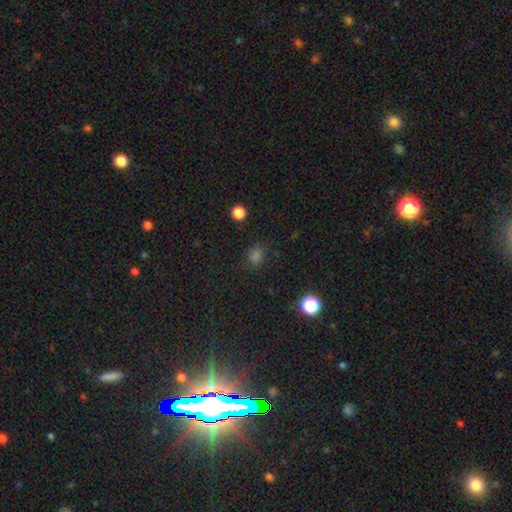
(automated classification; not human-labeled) smooth-or-featured: smooth: 71% | star or artifact: 25% | featured or disk: 4%
  how-rounded: round: 71% | in between: 28% | cigar-shaped: 1%
  merging: none: 80% | minor disturbance: 14% | major disturbance: 4% | merger: 2%